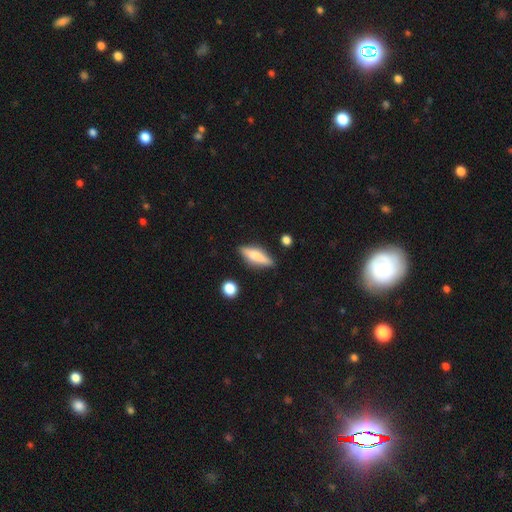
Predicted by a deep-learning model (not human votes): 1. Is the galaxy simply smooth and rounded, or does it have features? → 54% smooth, 38% featured or disk, 7% star or artifact.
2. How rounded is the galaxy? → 57% cigar-shaped, 40% in between, 3% round.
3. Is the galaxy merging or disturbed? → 82% none, 12% minor disturbance, 3% major disturbance, 2% merger.